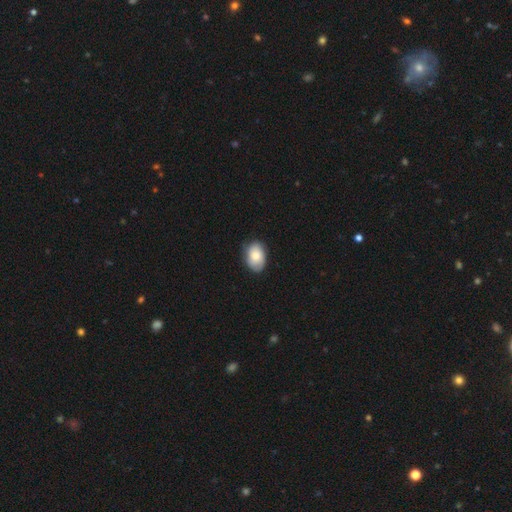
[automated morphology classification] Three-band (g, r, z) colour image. It shows a smooth galaxy with no disk features (78%) that is in between round and cigar-shaped (84%). Merging: none (76%).